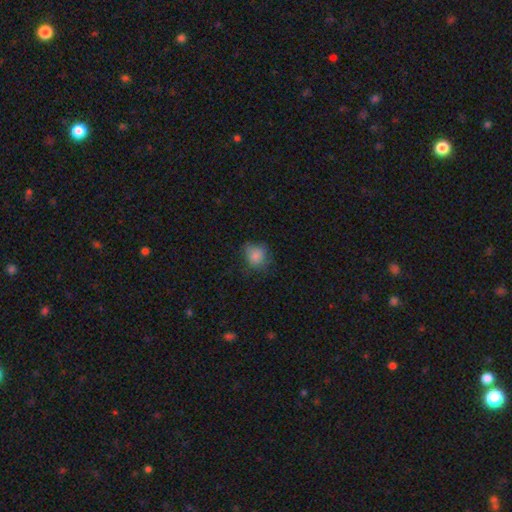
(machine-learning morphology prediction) Smooth or featured? Predicted: smooth (p=0.82). How rounded? Predicted: round (p=0.71). Merging? Predicted: none (p=0.60).